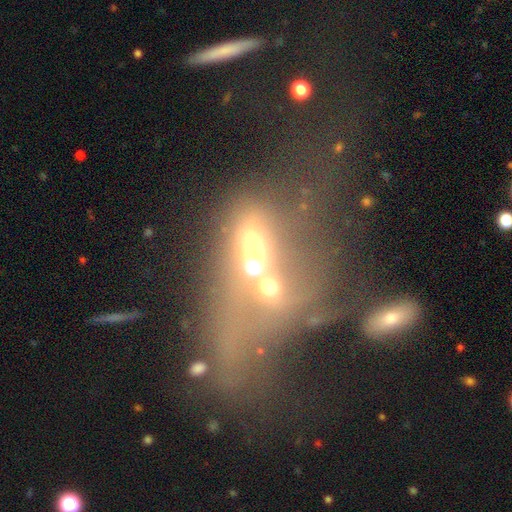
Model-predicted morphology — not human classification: type=featured or disk (41%); merging=merger (67%).